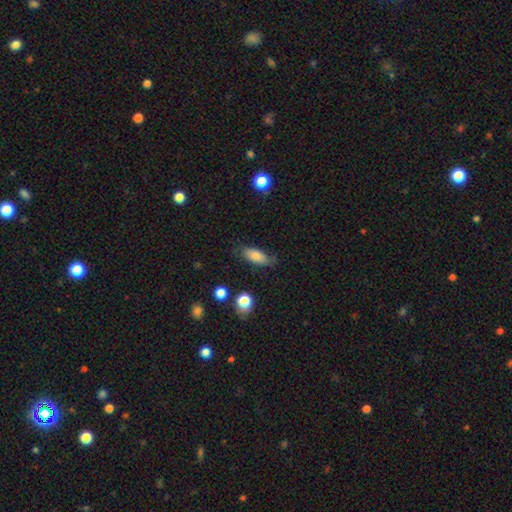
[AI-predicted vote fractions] A smooth galaxy with no disk features (79%) that is in between round and cigar-shaped (80%).

Vote fractions:
- Smooth or featured? smooth: 79% / featured or disk: 13% / star or artifact: 8%
- How rounded? in between: 80% / cigar-shaped: 17% / round: 4%
- Merging? none: 69% / minor disturbance: 23% / major disturbance: 6% / merger: 2%